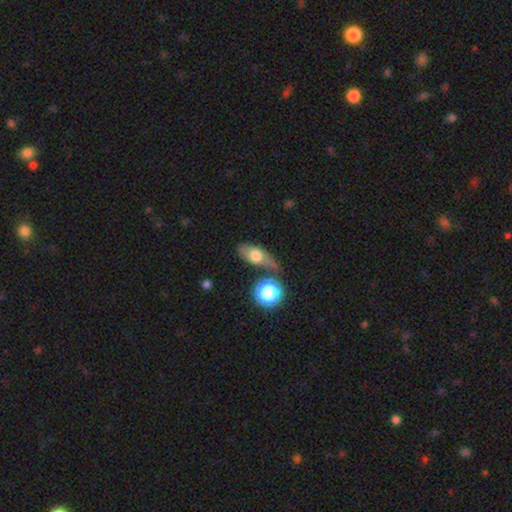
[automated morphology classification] A smooth galaxy with no disk features (60%) that is in between round and cigar-shaped (71%).

Vote fractions:
- Smooth or featured? smooth: 60% / featured or disk: 29% / star or artifact: 11%
- How rounded? in between: 71% / round: 16% / cigar-shaped: 12%
- Merging? none: 57% / minor disturbance: 21% / merger: 12% / major disturbance: 10%